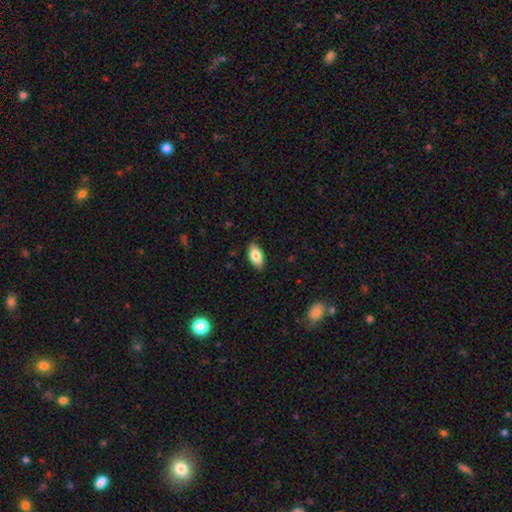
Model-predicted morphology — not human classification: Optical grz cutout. It shows a smooth galaxy with no disk features (81%) that is in between round and cigar-shaped (92%). Merging: none (87%).